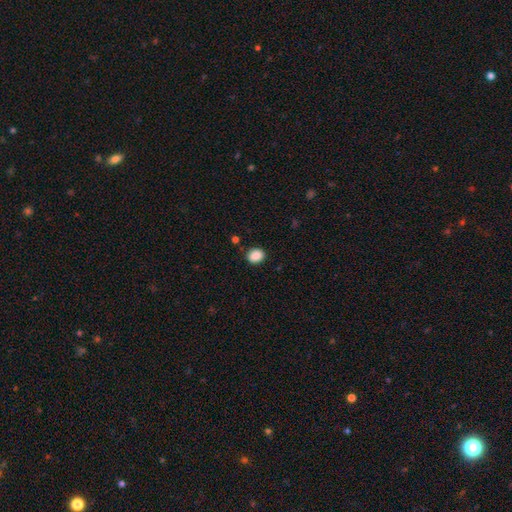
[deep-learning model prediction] A smooth galaxy with no disk features (88%) that is round (58%). Merging: none (85%).